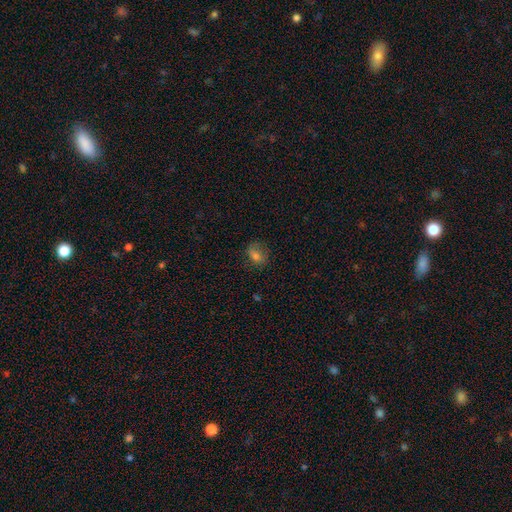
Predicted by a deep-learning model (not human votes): Smooth or featured? Predicted: smooth (p=0.67). How rounded? Predicted: in between (p=0.53). Merging? Predicted: none (p=0.67).